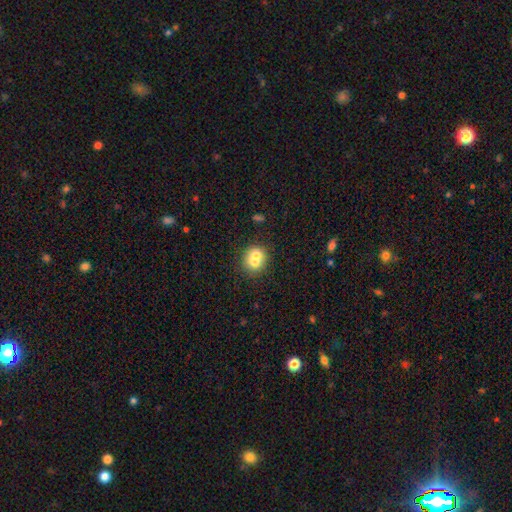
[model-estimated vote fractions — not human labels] Morphology: type=smooth (66%); roundness=round (80%); merging=merger (57%).